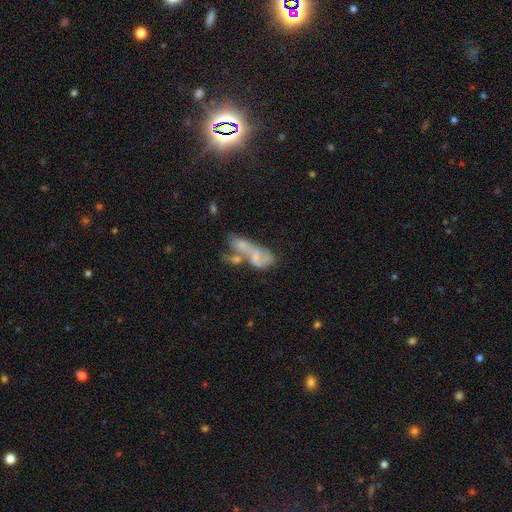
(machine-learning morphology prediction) A featured or disk galaxy (45%). Merging: merger (63%).